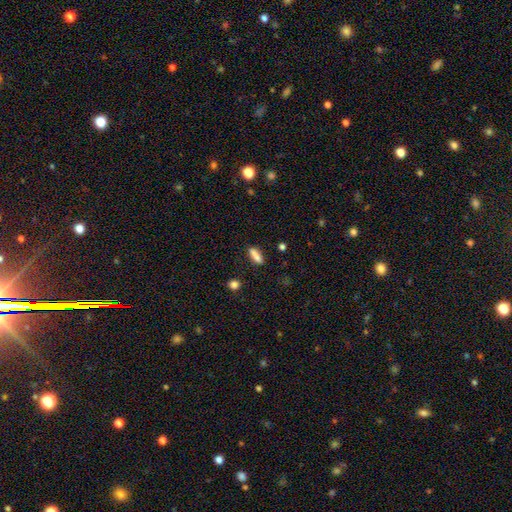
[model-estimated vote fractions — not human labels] Morphology: type=smooth (83%); roundness=cigar-shaped (61%); merging=none (84%).